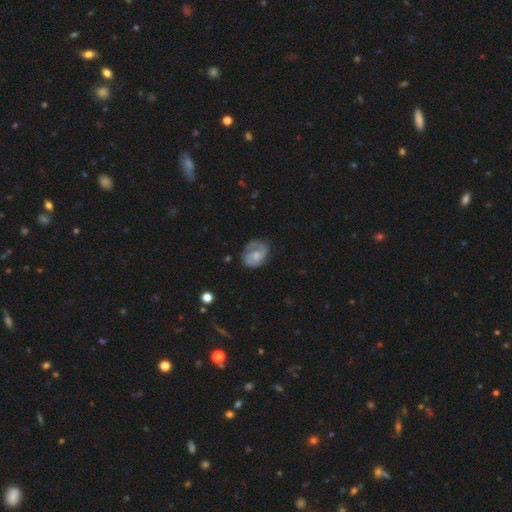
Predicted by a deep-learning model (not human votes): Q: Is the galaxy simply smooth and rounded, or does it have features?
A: featured or disk — 71%.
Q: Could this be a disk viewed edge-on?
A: no — 97%.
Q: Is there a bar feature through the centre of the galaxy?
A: no — 65%.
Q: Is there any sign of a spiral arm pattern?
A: yes — 91%.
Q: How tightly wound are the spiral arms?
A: tight — 45%.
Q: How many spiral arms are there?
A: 2 — 69%.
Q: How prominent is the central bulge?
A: small — 39%.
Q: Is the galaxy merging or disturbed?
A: none — 66%.